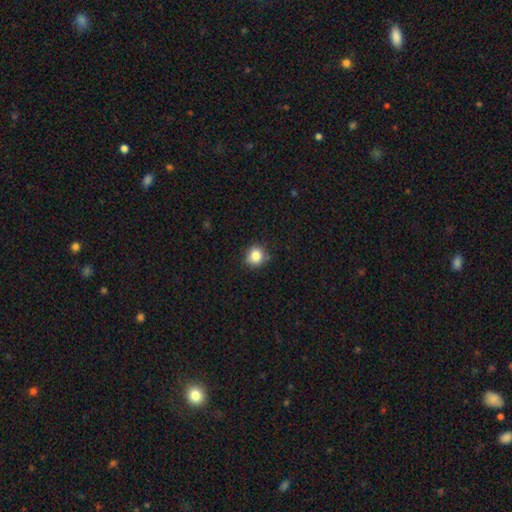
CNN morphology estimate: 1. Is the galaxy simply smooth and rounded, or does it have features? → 84% smooth, 10% star or artifact, 5% featured or disk.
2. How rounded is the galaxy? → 86% round, 13% in between, 1% cigar-shaped.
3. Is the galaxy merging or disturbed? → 83% none, 13% minor disturbance, 2% major disturbance, 1% merger.